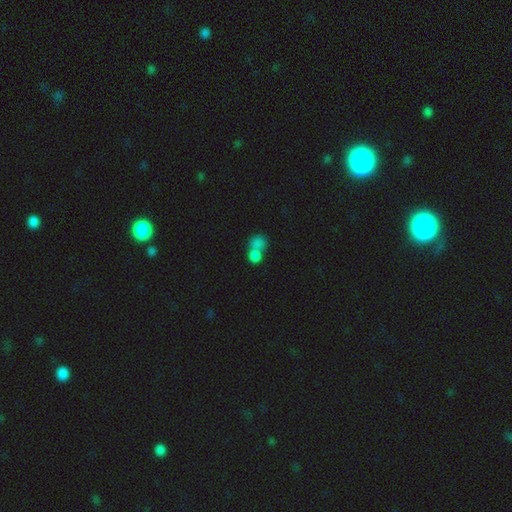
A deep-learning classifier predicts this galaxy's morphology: Smooth or featured?
  - smooth: 80% *
  - star or artifact: 11%
  - featured or disk: 9%
How rounded?
  - round: 67% *
  - in between: 31%
  - cigar-shaped: 2%
Merging?
  - merger: 63% *
  - none: 26%
  - minor disturbance: 6%
  - major disturbance: 5%